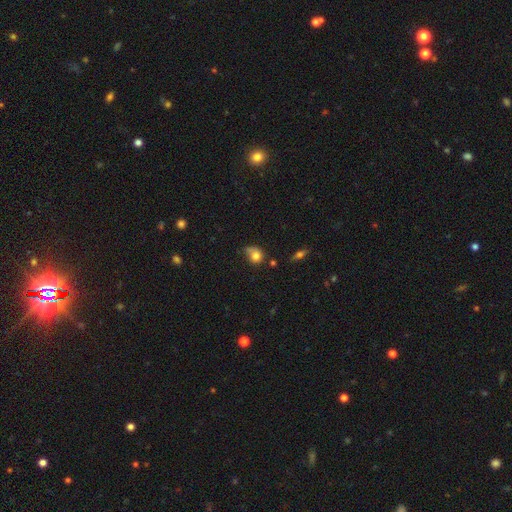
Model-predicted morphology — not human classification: type=smooth (77%); roundness=round (65%); merging=none (42%).